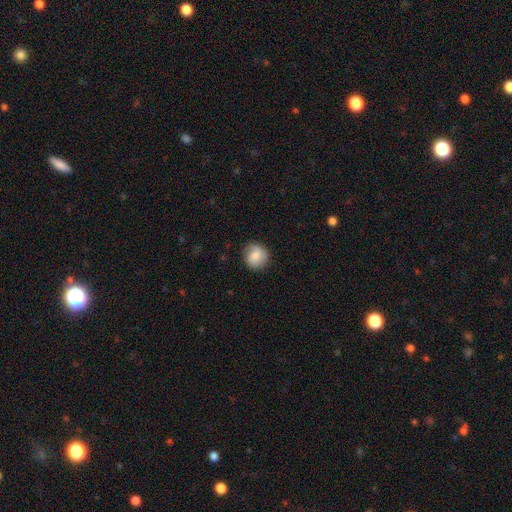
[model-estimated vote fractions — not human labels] A smooth galaxy with no disk features (79%) that is round (89%).

Vote fractions:
- Smooth or featured? smooth: 79% / featured or disk: 14% / star or artifact: 7%
- How rounded? round: 89% / in between: 10% / cigar-shaped: 1%
- Merging? none: 82% / minor disturbance: 14% / major disturbance: 3% / merger: 1%